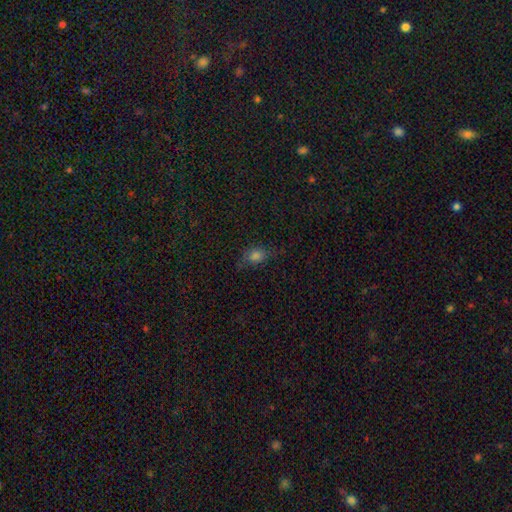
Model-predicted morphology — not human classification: A smooth galaxy with no disk features (72%) that is in between round and cigar-shaped (68%).

Vote fractions:
- Smooth or featured? smooth: 72% / star or artifact: 18% / featured or disk: 10%
- How rounded? in between: 68% / round: 28% / cigar-shaped: 4%
- Merging? none: 61% / minor disturbance: 26% / major disturbance: 11% / merger: 2%